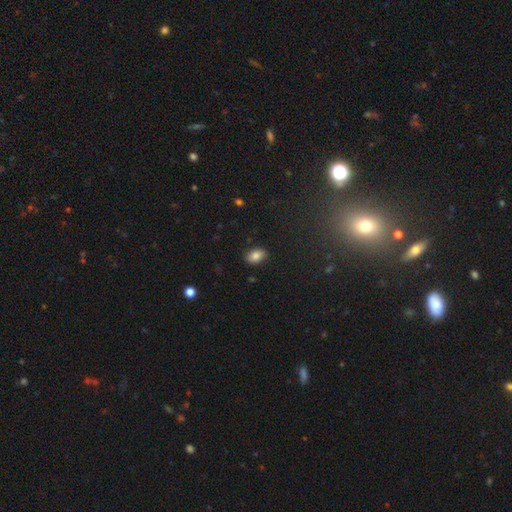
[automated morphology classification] A smooth galaxy with no disk features (84%) that is in between round and cigar-shaped (85%). Merging: none (85%).